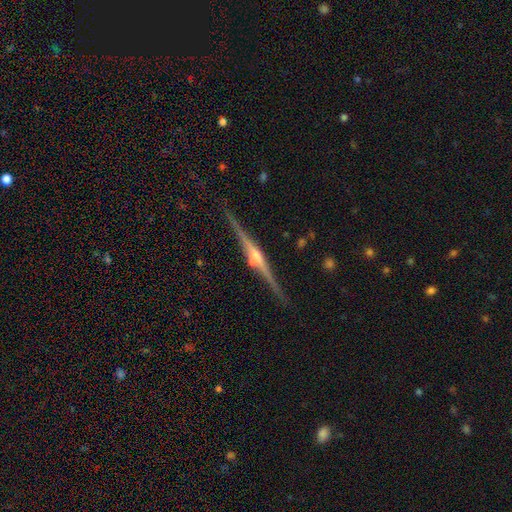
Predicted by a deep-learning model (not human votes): smooth-or-featured: featured or disk: 89% | smooth: 6% | star or artifact: 5%
  disk-edge-on: yes: 99% | no: 1%
    edge-on-bulge: rounded: 88% | boxy: 8% | none: 5%
  merging: none: 91% | minor disturbance: 7% | major disturbance: 1% | merger: 1%